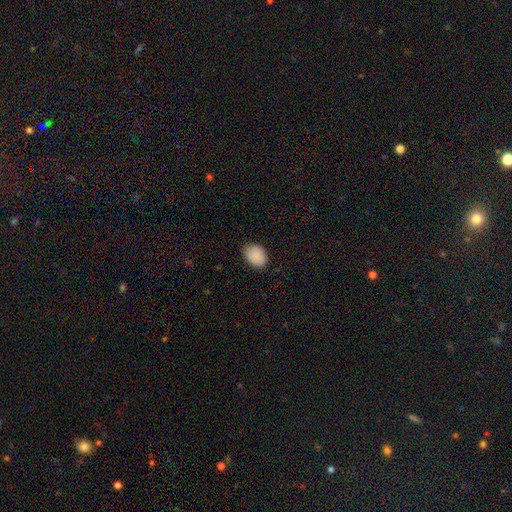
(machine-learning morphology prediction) Q: Smooth or featured?
A: smooth (89%); runner-up: star or artifact (7%)
Q: How rounded?
A: in between (73%); runner-up: round (26%)
Q: Merging?
A: none (80%); runner-up: minor disturbance (16%)